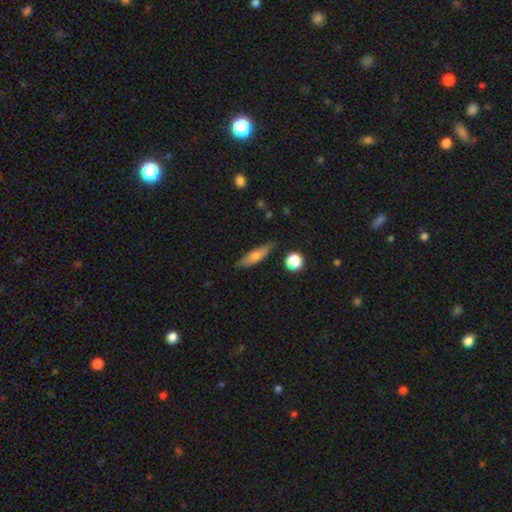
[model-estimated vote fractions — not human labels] Morphology: type=smooth (66%); roundness=cigar-shaped (59%); merging=none (80%).